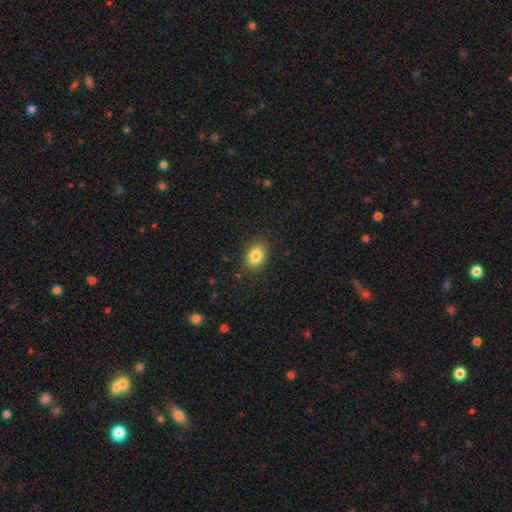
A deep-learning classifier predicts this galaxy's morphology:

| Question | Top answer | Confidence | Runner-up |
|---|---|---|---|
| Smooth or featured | smooth | 85% | star or artifact (9%) |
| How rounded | in between | 71% | round (28%) |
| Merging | none | 86% | minor disturbance (10%) |